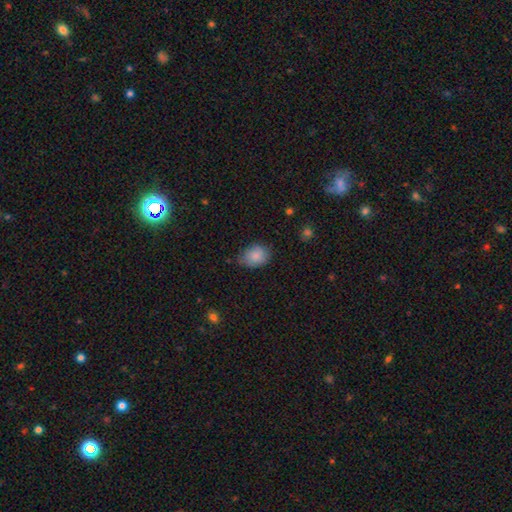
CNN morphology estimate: Smooth or featured? Predicted: smooth (p=0.85). How rounded? Predicted: in between (p=0.62). Merging? Predicted: none (p=0.67).